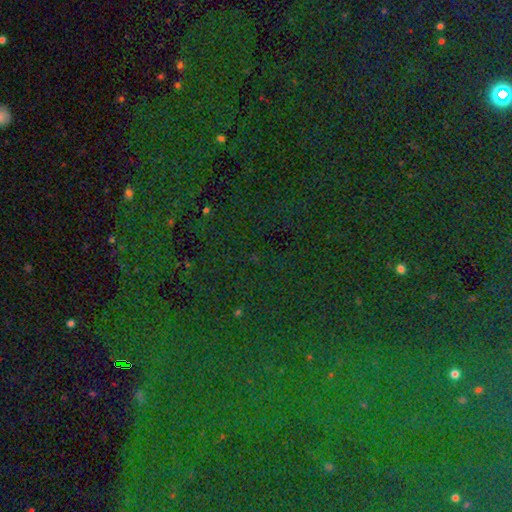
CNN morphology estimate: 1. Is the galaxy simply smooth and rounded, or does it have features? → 82% star or artifact, 10% smooth, 8% featured or disk.